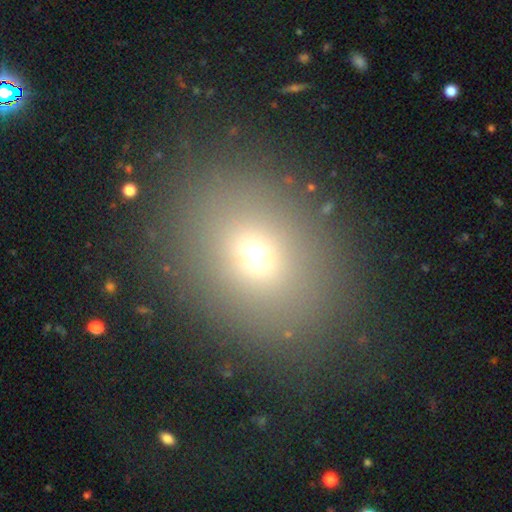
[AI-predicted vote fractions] Morphology: type=smooth (66%); roundness=in between (51%); merging=none (83%).